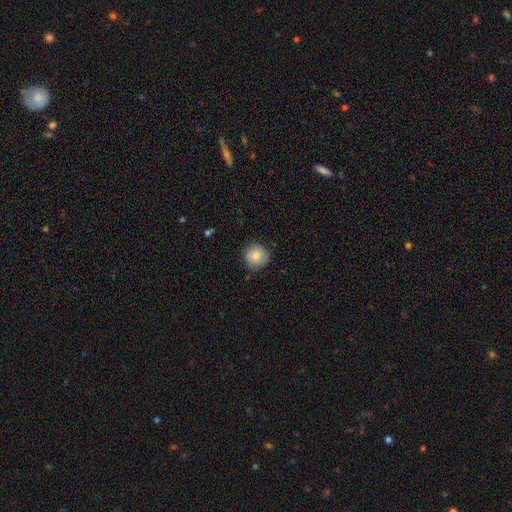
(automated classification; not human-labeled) smooth-or-featured: smooth: 79% | featured or disk: 12% | star or artifact: 8%
  how-rounded: round: 94% | in between: 5% | cigar-shaped: 1%
  merging: none: 85% | minor disturbance: 11% | major disturbance: 2% | merger: 1%